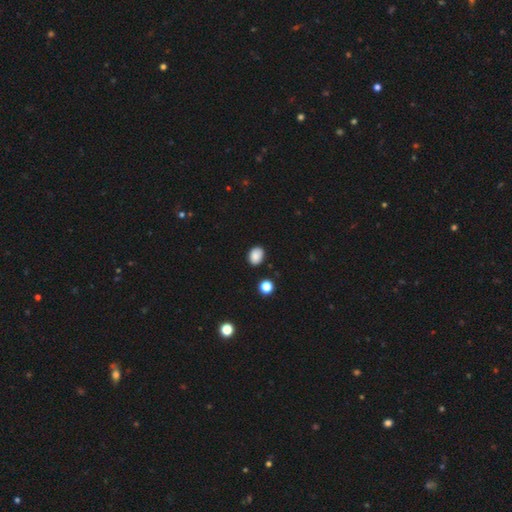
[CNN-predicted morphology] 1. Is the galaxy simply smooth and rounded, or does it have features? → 86% smooth, 10% star or artifact, 4% featured or disk.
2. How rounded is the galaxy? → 67% in between, 32% round, 1% cigar-shaped.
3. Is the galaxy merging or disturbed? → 85% none, 11% minor disturbance, 2% major disturbance, 2% merger.